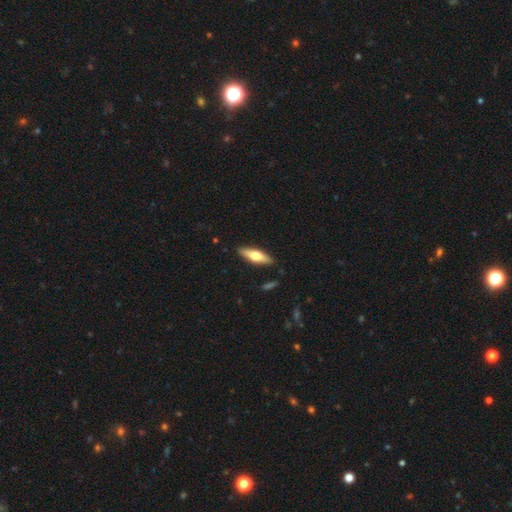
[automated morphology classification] This is possibly a smooth galaxy (56%). How rounded: possibly cigar-shaped (54%). Merging: clearly none (88%).